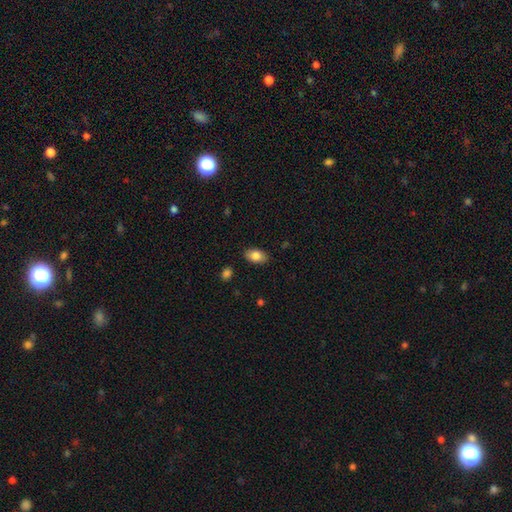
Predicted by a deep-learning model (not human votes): This appears to be a smooth galaxy with no disk features (83%) that is in between round and cigar-shaped (91%). Merging: none (87%).